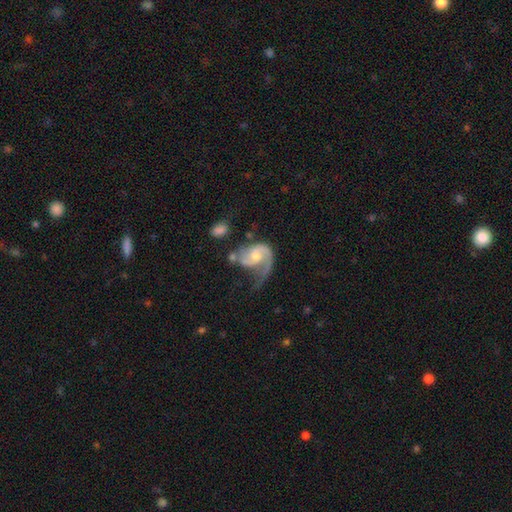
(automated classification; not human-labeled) Q: Smooth or featured?
A: featured or disk (85%); runner-up: smooth (11%)
Q: Edge-on disk?
A: no (98%); runner-up: yes (2%)
Q: Bar?
A: no (60%); runner-up: weak (33%)
Q: Spiral arms?
A: yes (96%); runner-up: no (4%)
Q: Spiral winding?
A: medium (42%); runner-up: loose (41%)
Q: Spiral arm count?
A: 2 (52%); runner-up: 1 (41%)
Q: Bulge size?
A: moderate (59%); runner-up: small (33%)
Q: Merging?
A: major disturbance (39%); runner-up: none (31%)